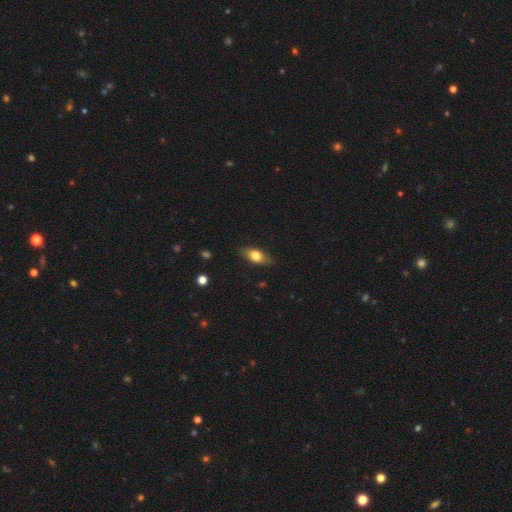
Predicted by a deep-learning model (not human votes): Overall: smooth (72%). How rounded: in between (80%). Merging: none (84%).